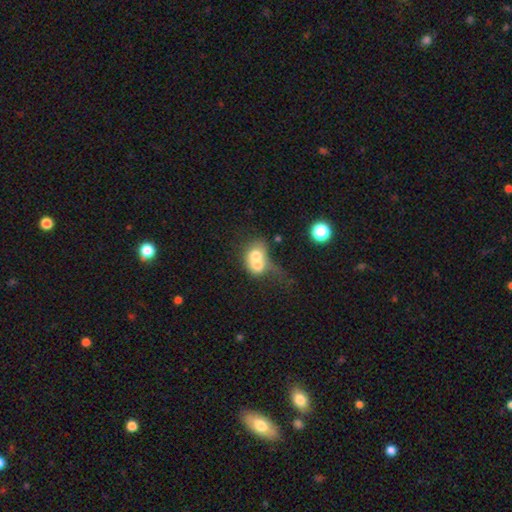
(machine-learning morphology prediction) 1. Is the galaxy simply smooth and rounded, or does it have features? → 63% smooth, 28% featured or disk, 9% star or artifact.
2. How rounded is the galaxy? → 55% round, 44% in between, 1% cigar-shaped.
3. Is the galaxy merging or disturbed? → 74% merger, 13% none, 7% major disturbance, 6% minor disturbance.